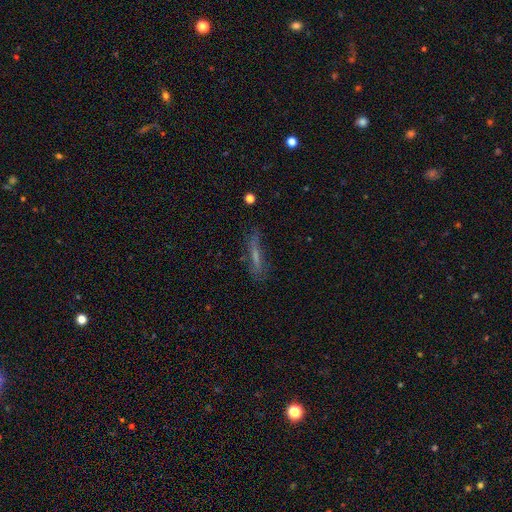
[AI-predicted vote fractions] Smooth or featured? Predicted: smooth (p=0.43). Merging? Predicted: none (p=0.67).